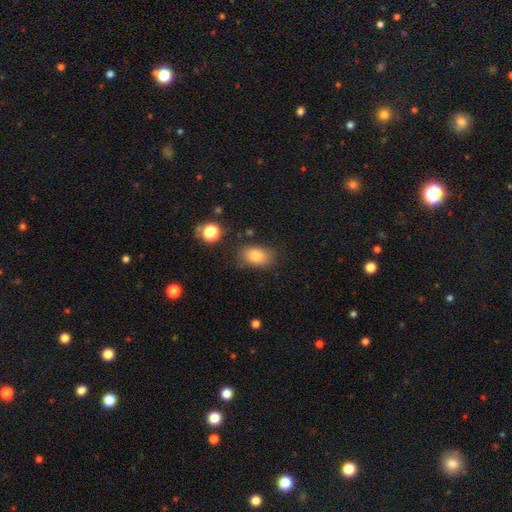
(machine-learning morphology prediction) Overall: smooth (83%). How rounded: in between (83%). Merging: none (75%).